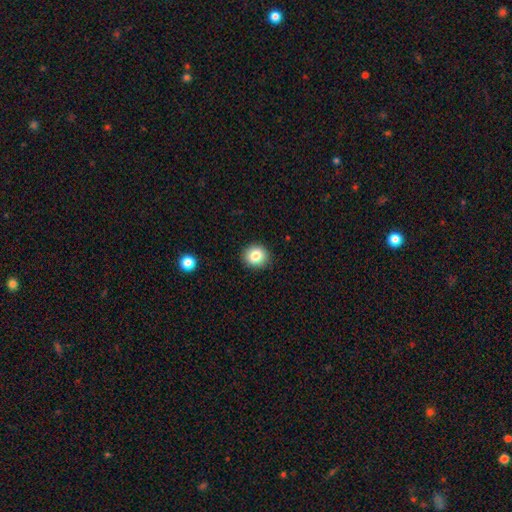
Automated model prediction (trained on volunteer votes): smooth 83%, star or artifact 10%, featured or disk 7%. Down the decision tree: how rounded — round (84%); merging — none (90%).